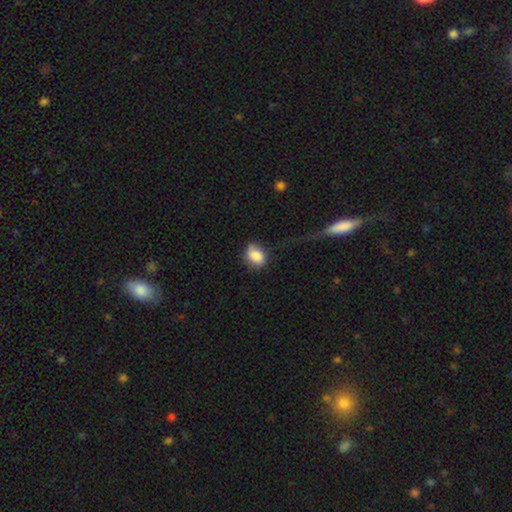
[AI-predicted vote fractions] Smooth or featured?
  - smooth: 82% *
  - featured or disk: 10%
  - star or artifact: 8%
How rounded?
  - in between: 57% *
  - round: 42%
  - cigar-shaped: 1%
Merging?
  - none: 57% *
  - minor disturbance: 27%
  - major disturbance: 13%
  - merger: 3%